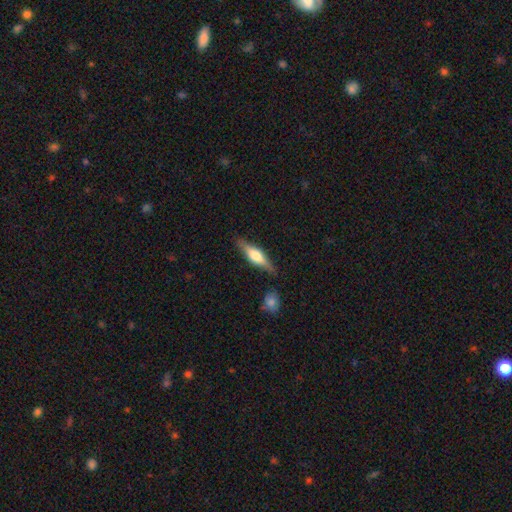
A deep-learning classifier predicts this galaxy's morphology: A featured or disk galaxy (49%). Merging: none (80%).